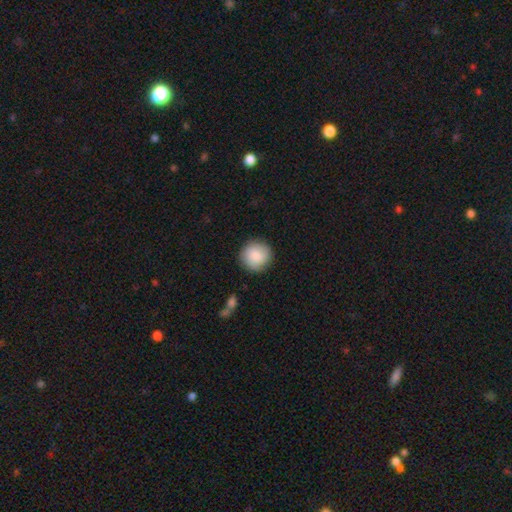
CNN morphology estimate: This is clearly a smooth galaxy (87%). How rounded: clearly round (94%). Merging: clearly none (89%).